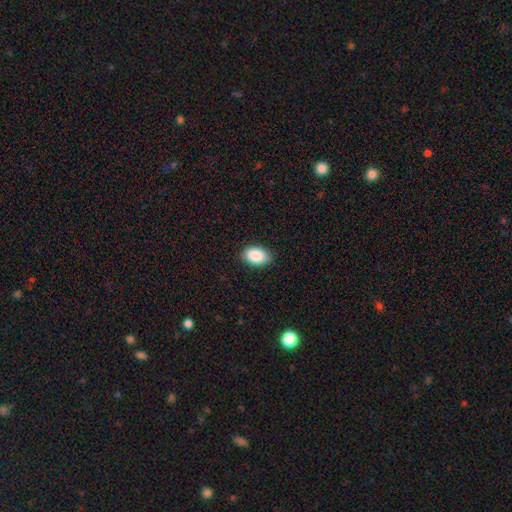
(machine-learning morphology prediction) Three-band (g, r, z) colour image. It shows a smooth galaxy with no disk features (88%) that is in between round and cigar-shaped (88%). Merging: none (86%).